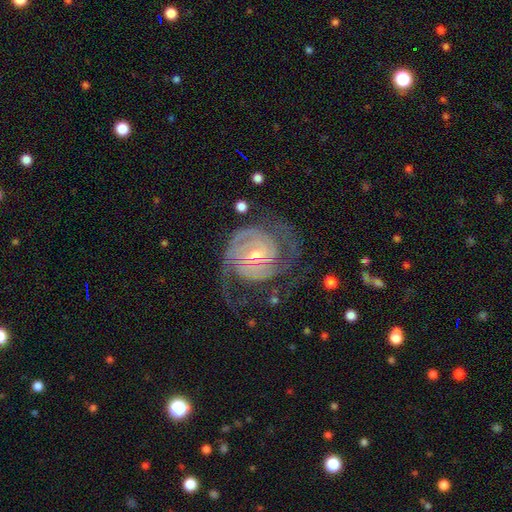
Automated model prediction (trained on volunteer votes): Morphology: type=featured or disk (90%); edge-on=no (97%); bar=weak (51%); spiral arms=yes (98%); winding=tight (66%); arm count=2 (50%); bulge=small (63%); merging=none (65%).